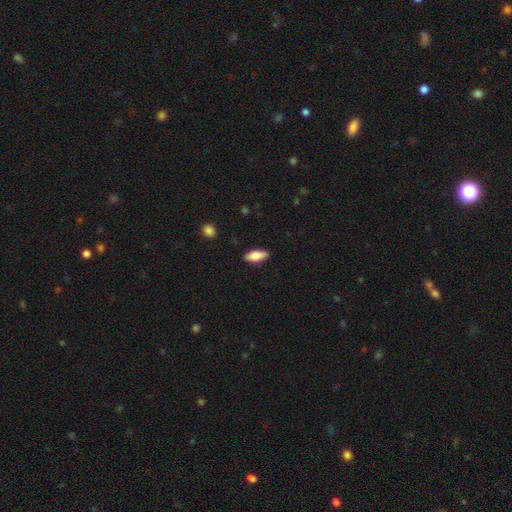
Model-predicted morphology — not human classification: Q: Smooth or featured?
A: smooth (79%); runner-up: featured or disk (15%)
Q: How rounded?
A: in between (77%); runner-up: cigar-shaped (21%)
Q: Merging?
A: none (88%); runner-up: minor disturbance (9%)